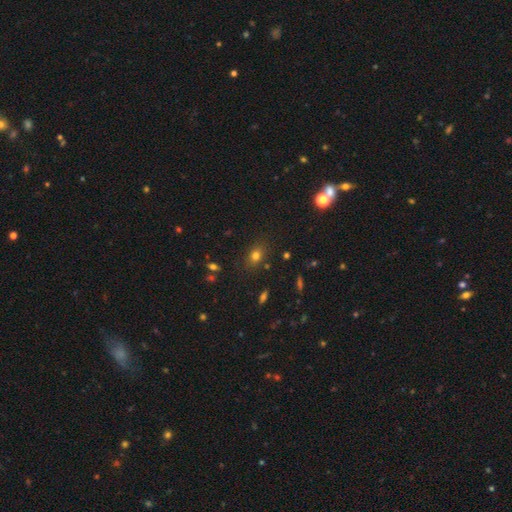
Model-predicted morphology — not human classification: Smooth or featured?
  - smooth: 75% *
  - star or artifact: 17%
  - featured or disk: 9%
How rounded?
  - in between: 54% *
  - round: 44%
  - cigar-shaped: 2%
Merging?
  - none: 81% *
  - minor disturbance: 13%
  - major disturbance: 4%
  - merger: 3%